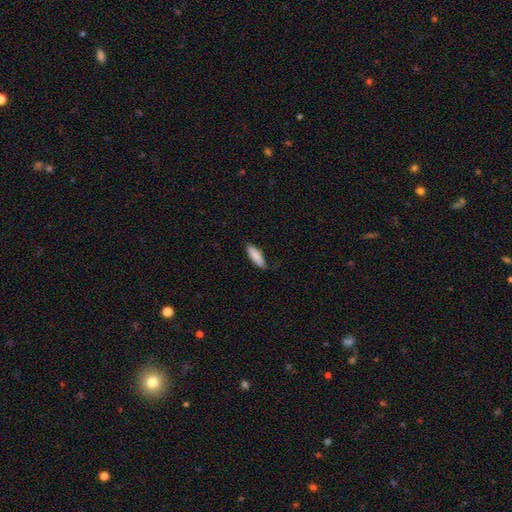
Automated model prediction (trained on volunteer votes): Smooth or featured? smooth (87%)
How rounded? cigar-shaped (53%)
Merging? none (82%)